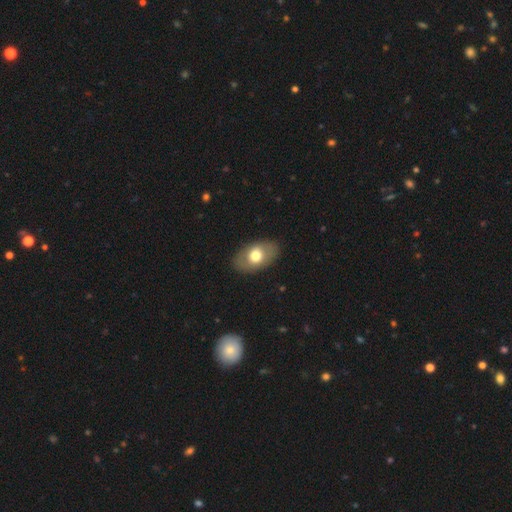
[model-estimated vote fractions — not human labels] A smooth galaxy with no disk features (65%) that is in between round and cigar-shaped (89%). Merging: none (86%).